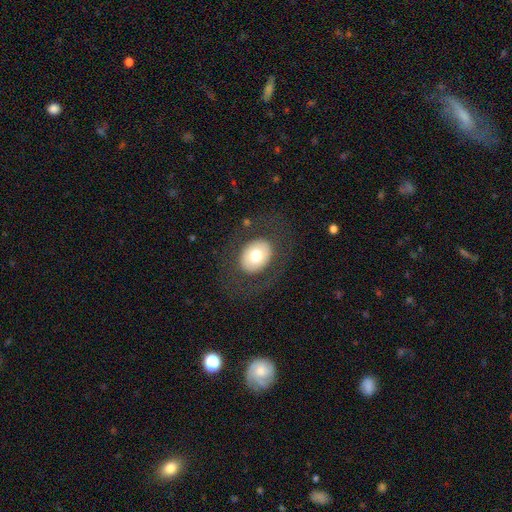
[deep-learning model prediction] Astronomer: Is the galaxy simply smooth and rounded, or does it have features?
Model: smooth — 66%.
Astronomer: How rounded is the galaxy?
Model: in between — 68%.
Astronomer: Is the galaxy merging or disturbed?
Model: none — 80%.